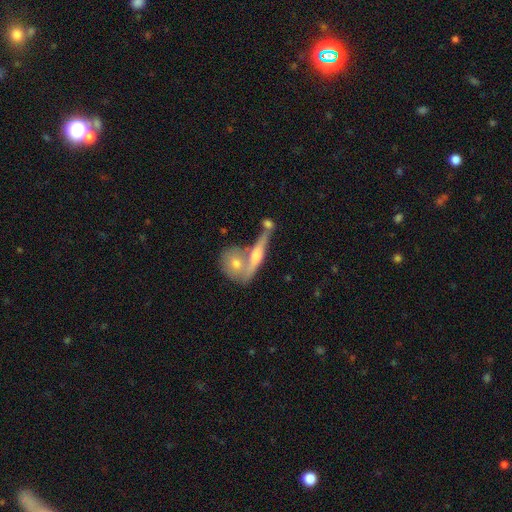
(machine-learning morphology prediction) Smooth or featured? featured or disk (64%)
Edge-on disk? yes (80%)
Edge-on bulge? rounded (89%)
Merging? merger (45%)